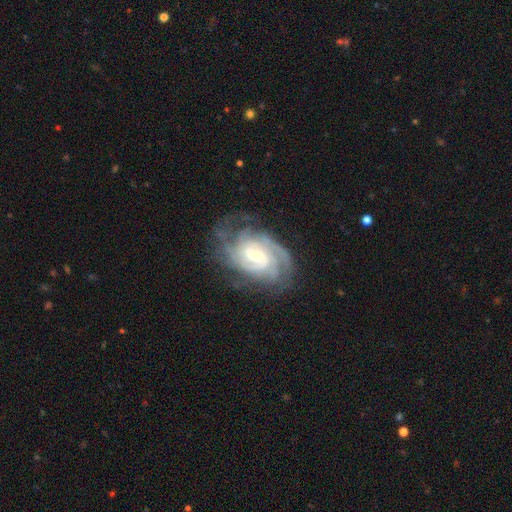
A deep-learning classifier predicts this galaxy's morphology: smooth_or_featured: featured or disk (p=0.89) [alt: smooth p=0.06]
disk_edge_on: no (p=0.97) [alt: yes p=0.03]
bar: weak (p=0.52) [alt: no p=0.33]
has_spiral_arms: yes (p=0.98) [alt: no p=0.02]
spiral_winding: tight (p=0.65) [alt: medium p=0.30]
spiral_arm_count: can't tell (p=0.25) [alt: 3 p=0.23]
bulge_size: small (p=0.49) [alt: moderate p=0.42]
merging: none (p=0.70) [alt: minor disturbance p=0.19]